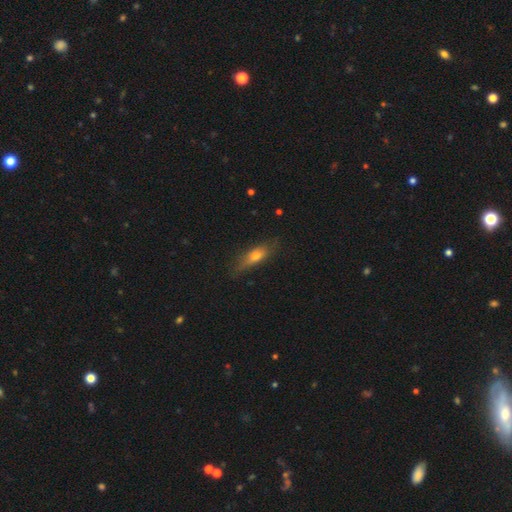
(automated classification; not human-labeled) Smooth or featured?
  - smooth: 62% *
  - featured or disk: 30%
  - star or artifact: 8%
How rounded?
  - in between: 51% *
  - cigar-shaped: 45%
  - round: 4%
Merging?
  - none: 71% *
  - minor disturbance: 21%
  - major disturbance: 6%
  - merger: 2%